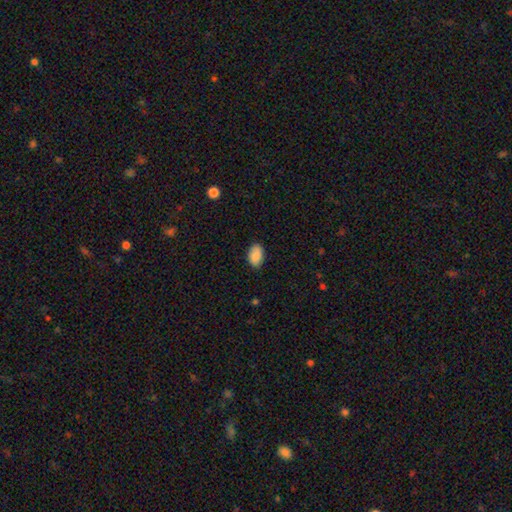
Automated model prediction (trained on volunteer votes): This is clearly a smooth galaxy (85%). How rounded: clearly in between (90%). Merging: clearly none (84%).